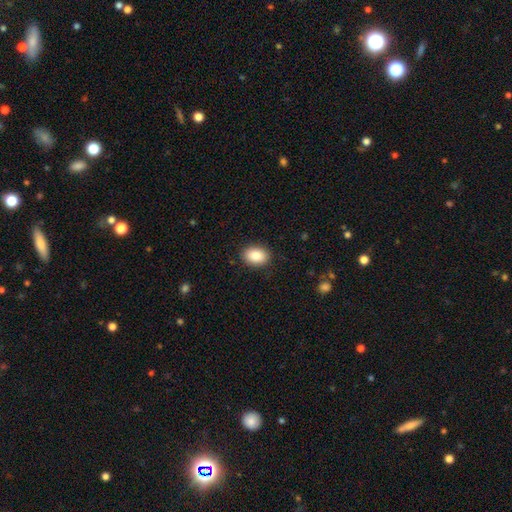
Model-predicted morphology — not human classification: smooth 87%, star or artifact 7%, featured or disk 6%. Down the decision tree: how rounded — in between (79%); merging — none (89%).